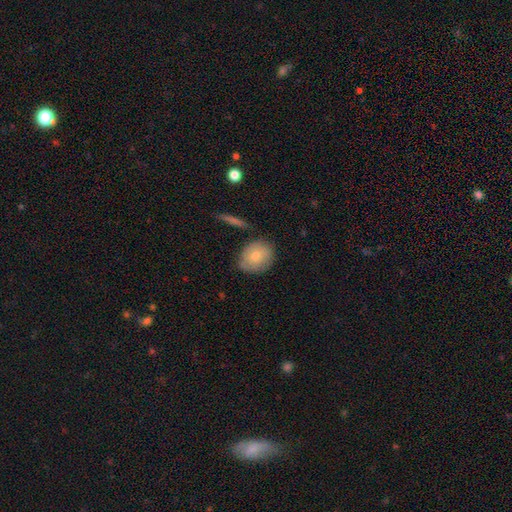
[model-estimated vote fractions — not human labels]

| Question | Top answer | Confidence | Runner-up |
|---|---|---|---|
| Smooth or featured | smooth | 74% | featured or disk (20%) |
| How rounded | round | 66% | in between (33%) |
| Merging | none | 72% | minor disturbance (19%) |